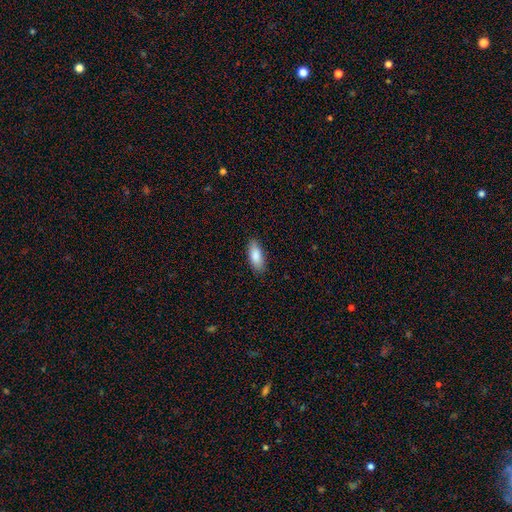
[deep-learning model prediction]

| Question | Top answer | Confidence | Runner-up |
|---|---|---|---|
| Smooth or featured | smooth | 87% | featured or disk (7%) |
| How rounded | in between | 80% | cigar-shaped (18%) |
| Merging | none | 85% | minor disturbance (12%) |